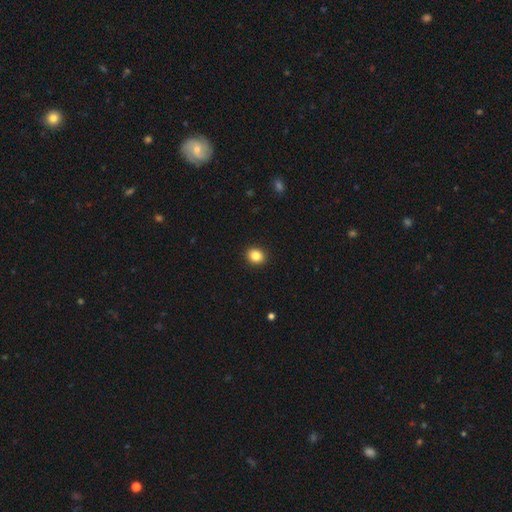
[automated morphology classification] Smooth or featured? Predicted: smooth (p=0.85). How rounded? Predicted: round (p=0.71). Merging? Predicted: none (p=0.92).